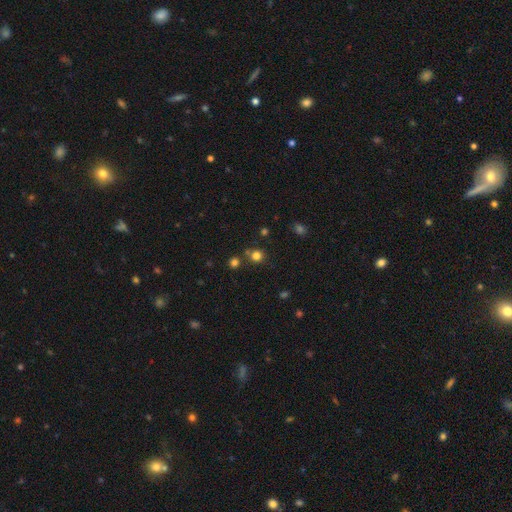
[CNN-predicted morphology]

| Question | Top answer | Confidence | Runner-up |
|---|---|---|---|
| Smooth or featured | smooth | 76% | star or artifact (19%) |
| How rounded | round | 90% | in between (9%) |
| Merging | none | 73% | merger (15%) |